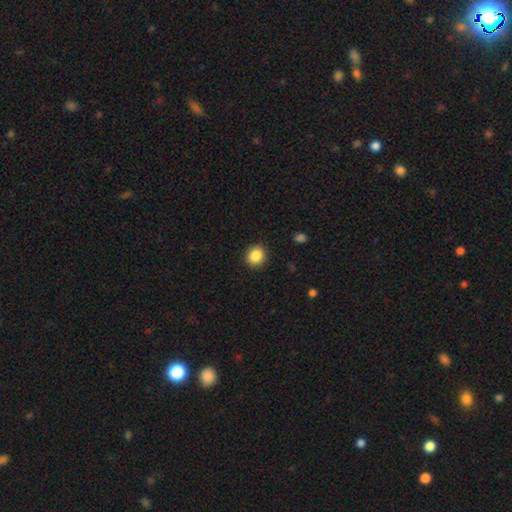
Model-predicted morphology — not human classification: Q: Smooth or featured?
A: smooth (87%); runner-up: star or artifact (9%)
Q: How rounded?
A: round (83%); runner-up: in between (16%)
Q: Merging?
A: none (91%); runner-up: minor disturbance (6%)